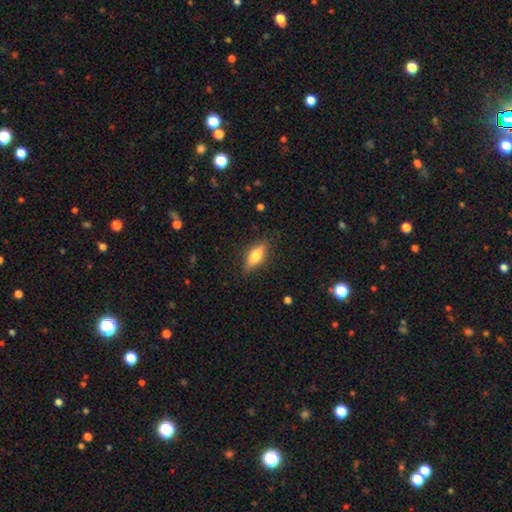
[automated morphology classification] Q: Smooth or featured?
A: smooth (71%); runner-up: featured or disk (22%)
Q: How rounded?
A: in between (64%); runner-up: cigar-shaped (33%)
Q: Merging?
A: none (84%); runner-up: minor disturbance (12%)